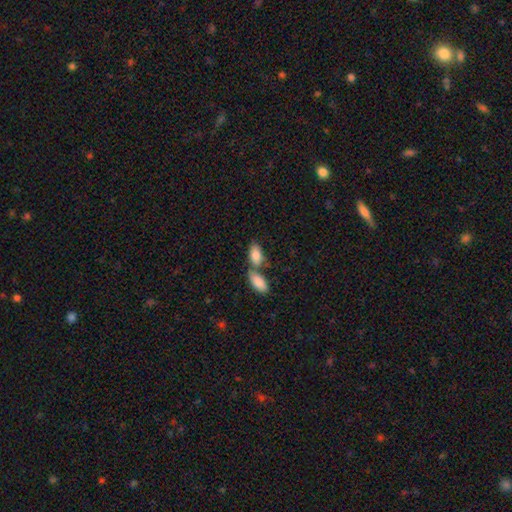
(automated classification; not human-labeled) Smooth or featured? smooth (85%)
How rounded? in between (91%)
Merging? merger (49%)